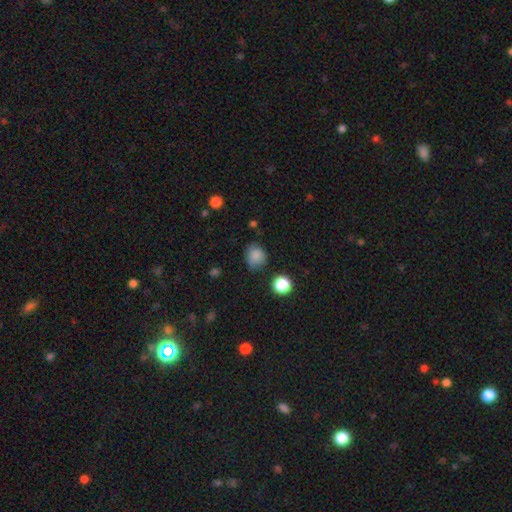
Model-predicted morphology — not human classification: Q: Smooth or featured?
A: smooth (83%); runner-up: star or artifact (12%)
Q: How rounded?
A: round (72%); runner-up: in between (27%)
Q: Merging?
A: none (67%); runner-up: minor disturbance (24%)